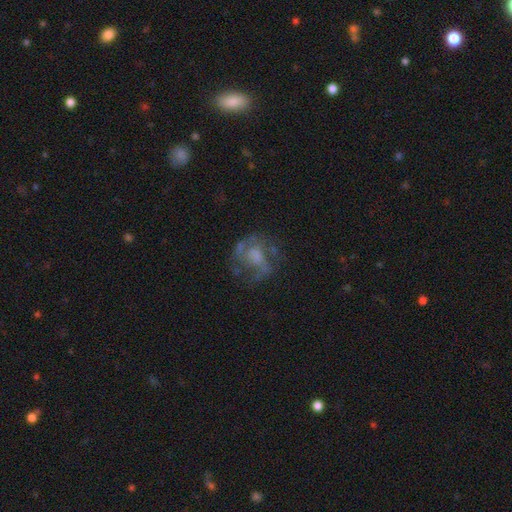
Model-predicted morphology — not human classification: A featured or disk galaxy (63%) with no bar (68%), spiral arms (61%) and a moderate central bulge (34%).

Vote fractions:
- Smooth or featured? featured or disk: 63% / smooth: 23% / star or artifact: 14%
- Edge-on disk? no: 97% / yes: 3%
- Bar? no: 68% / weak: 26% / strong: 6%
- Spiral arms? yes: 61% / no: 39%
- Bulge size? moderate: 34% / none: 28% / small: 27% / large: 10% / dominant: 2%
- Merging? none: 59% / major disturbance: 21% / minor disturbance: 18% / merger: 3%